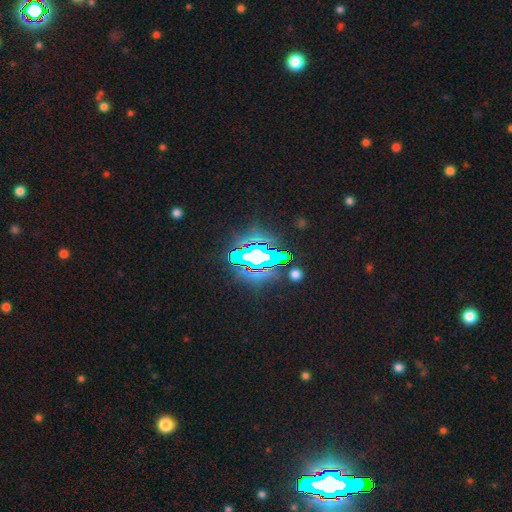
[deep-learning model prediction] Smooth or featured? Predicted: star or artifact (p=0.79).